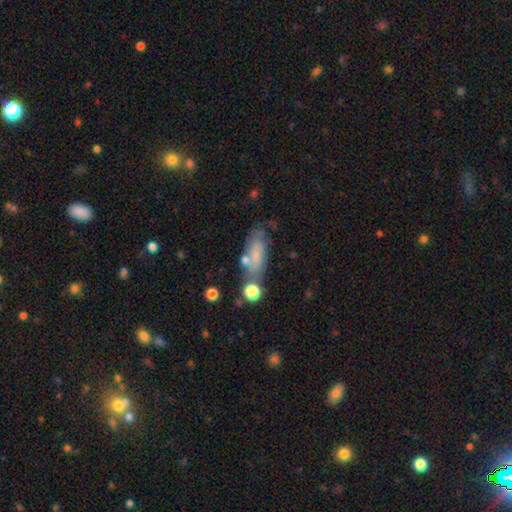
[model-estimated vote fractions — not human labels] Overall: smooth (65%; featured or disk 25%). How rounded: in between (69%). Merging: none (58%; minor disturbance 21%).